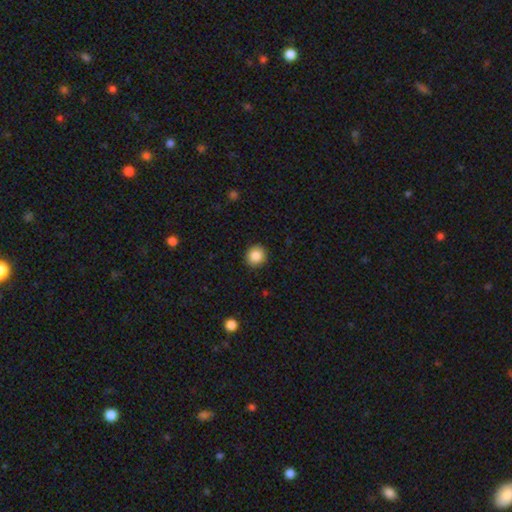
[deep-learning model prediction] Smooth or featured? smooth (87%)
How rounded? round (89%)
Merging? none (91%)